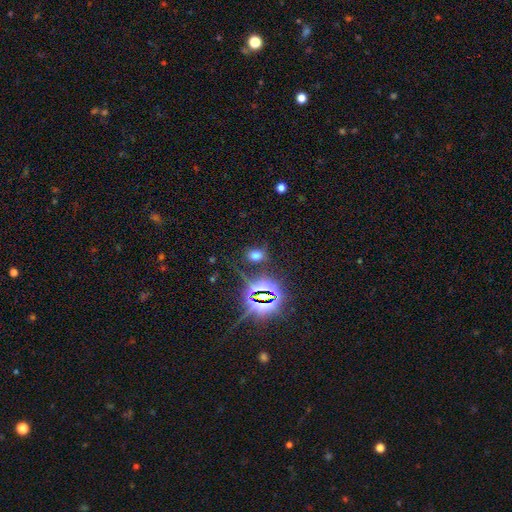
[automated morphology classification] This is possibly a smooth galaxy (56%). How rounded: likely in between (66%). Merging: likely none (74%).